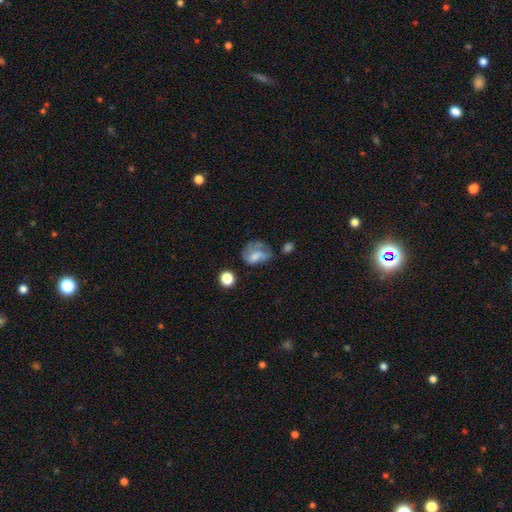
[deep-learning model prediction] Overall: smooth (50%; featured or disk 39%). Merging: major disturbance (34%; none 33%).